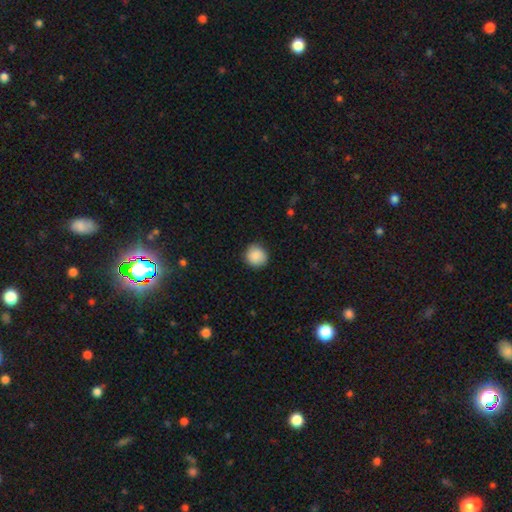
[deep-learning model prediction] smooth 89%, star or artifact 8%, featured or disk 4%. Down the decision tree: how rounded — round (90%); merging — none (88%).